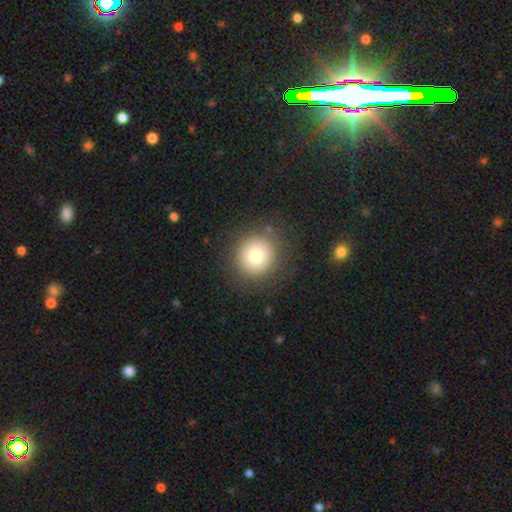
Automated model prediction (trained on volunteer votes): A smooth galaxy with no disk features (72%) that is round (94%). Merging: none (86%).